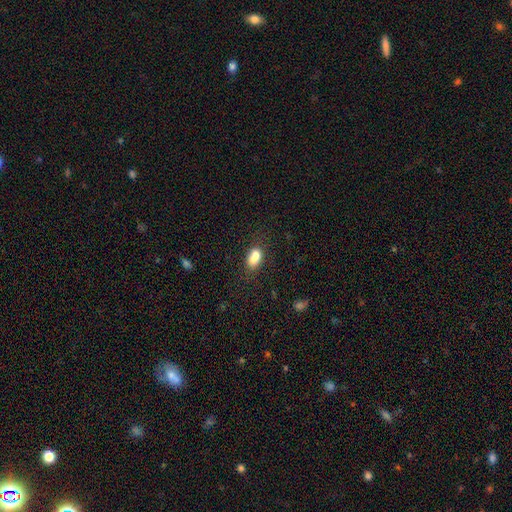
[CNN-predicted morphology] smooth-or-featured: smooth: 78% | featured or disk: 11% | star or artifact: 11%
  how-rounded: in between: 79% | round: 17% | cigar-shaped: 4%
  merging: none: 44% | merger: 31% | minor disturbance: 18% | major disturbance: 7%